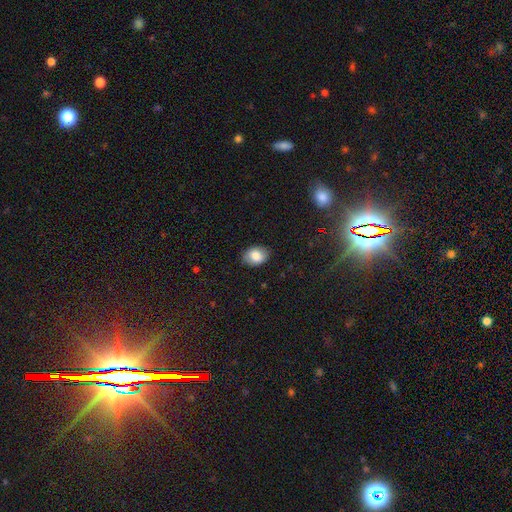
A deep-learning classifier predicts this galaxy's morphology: Smooth or featured? smooth (82%)
How rounded? in between (71%)
Merging? none (85%)